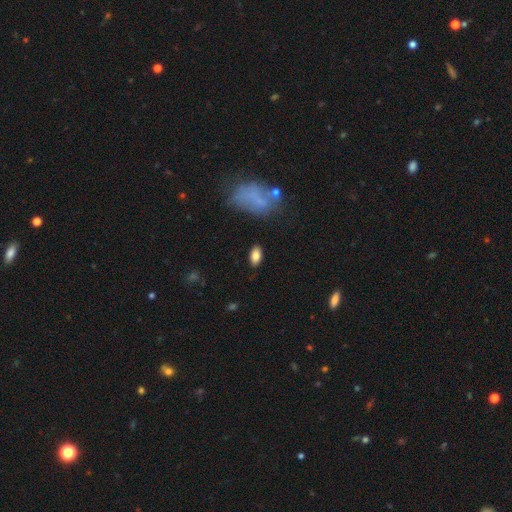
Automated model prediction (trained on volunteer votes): A smooth galaxy with no disk features (82%) that is in between round and cigar-shaped (91%). Merging: none (86%).